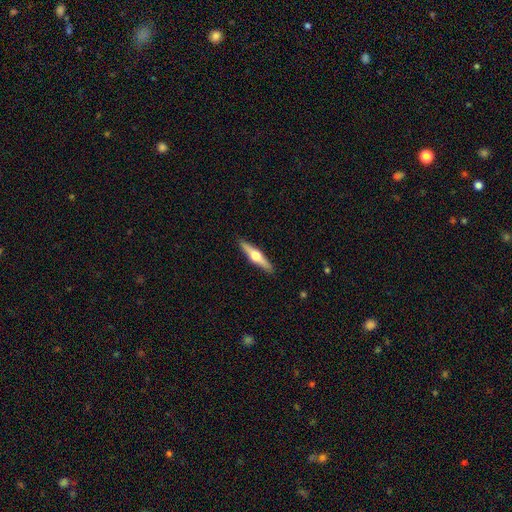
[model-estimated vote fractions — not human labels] smooth_or_featured: featured or disk (p=0.67) [alt: smooth p=0.28]
disk_edge_on: yes (p=0.97) [alt: no p=0.03]
edge_on_bulge: rounded (p=0.96) [alt: boxy p=0.03]
merging: none (p=0.91) [alt: minor disturbance p=0.06]